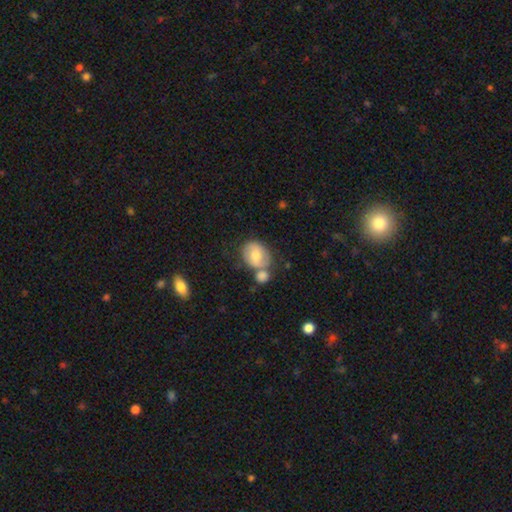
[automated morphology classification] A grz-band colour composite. It shows a smooth galaxy with no disk features (59%) that is in between round and cigar-shaped (54%). Merging: none (46%).